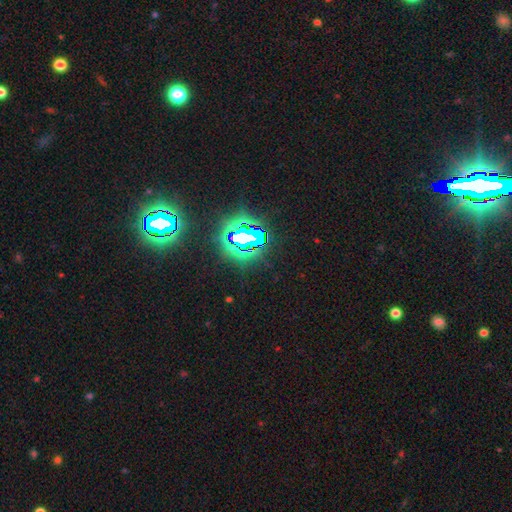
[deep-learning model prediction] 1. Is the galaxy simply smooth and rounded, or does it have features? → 84% star or artifact, 9% smooth, 7% featured or disk.